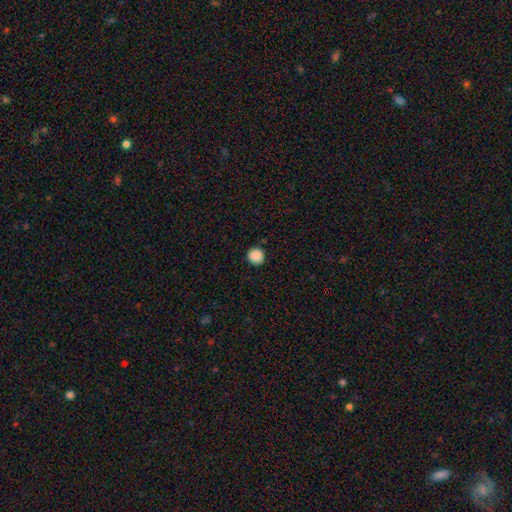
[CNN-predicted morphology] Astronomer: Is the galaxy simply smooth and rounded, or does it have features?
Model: smooth — 89%.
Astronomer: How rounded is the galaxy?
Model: round — 93%.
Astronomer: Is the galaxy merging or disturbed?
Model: none — 91%.